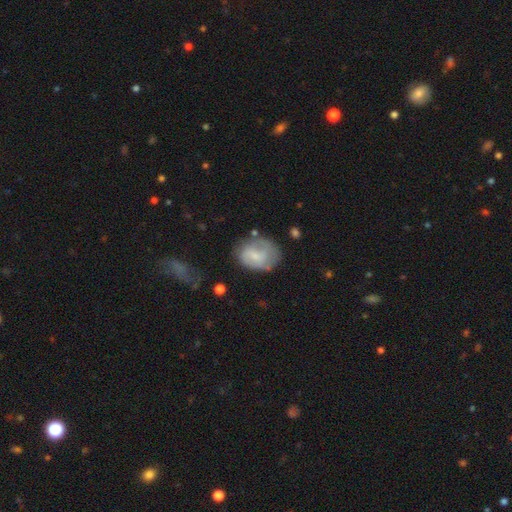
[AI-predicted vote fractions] Smooth or featured?
  - smooth: 50% *
  - featured or disk: 43%
  - star or artifact: 7%
Merging?
  - none: 56% *
  - minor disturbance: 27%
  - major disturbance: 13%
  - merger: 4%